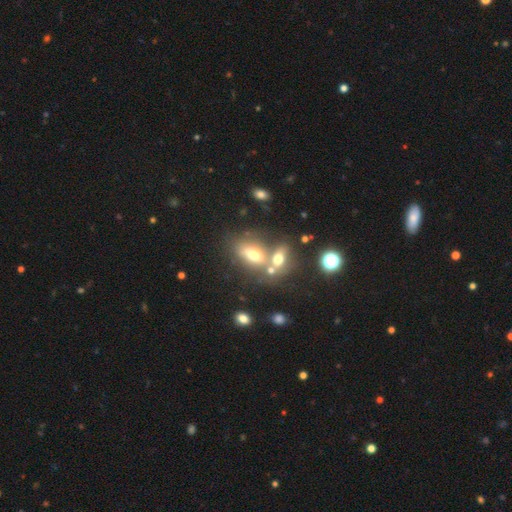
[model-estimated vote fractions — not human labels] A smooth galaxy with no disk features (56%) that is in between round and cigar-shaped (74%).

Vote fractions:
- Smooth or featured? smooth: 56% / featured or disk: 28% / star or artifact: 16%
- How rounded? in between: 74% / round: 13% / cigar-shaped: 13%
- Merging? merger: 47% / none: 38% / minor disturbance: 9% / major disturbance: 5%